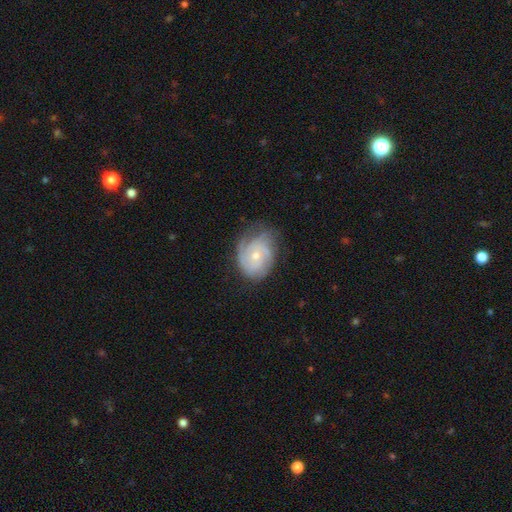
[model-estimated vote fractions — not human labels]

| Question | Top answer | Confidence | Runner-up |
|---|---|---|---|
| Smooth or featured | featured or disk | 77% | smooth (17%) |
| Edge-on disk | no | 97% | yes (3%) |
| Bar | no | 76% | weak (21%) |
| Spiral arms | yes | 93% | no (7%) |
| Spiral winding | tight | 62% | medium (30%) |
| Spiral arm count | can't tell | 32% | 3 (27%) |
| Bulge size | small | 58% | moderate (39%) |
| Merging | none | 61% | minor disturbance (26%) |